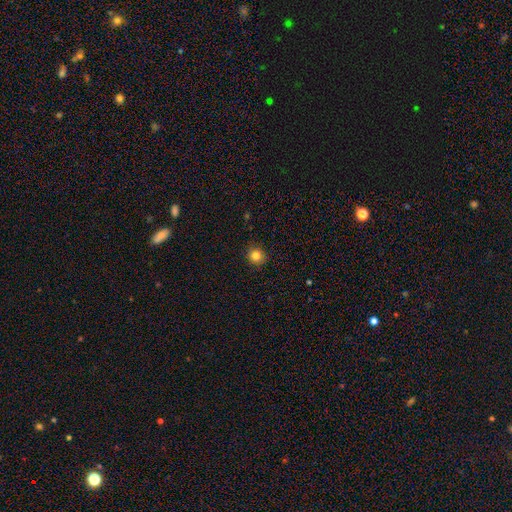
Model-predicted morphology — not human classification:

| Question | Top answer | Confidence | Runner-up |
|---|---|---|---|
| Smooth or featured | smooth | 83% | star or artifact (12%) |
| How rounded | round | 90% | in between (9%) |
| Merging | none | 90% | minor disturbance (7%) |